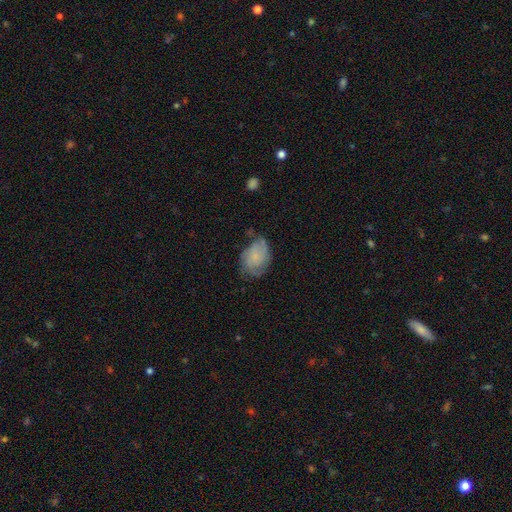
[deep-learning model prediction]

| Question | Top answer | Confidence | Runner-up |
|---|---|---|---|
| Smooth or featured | smooth | 51% | featured or disk (40%) |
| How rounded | in between | 74% | round (24%) |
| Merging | none | 50% | minor disturbance (33%) |